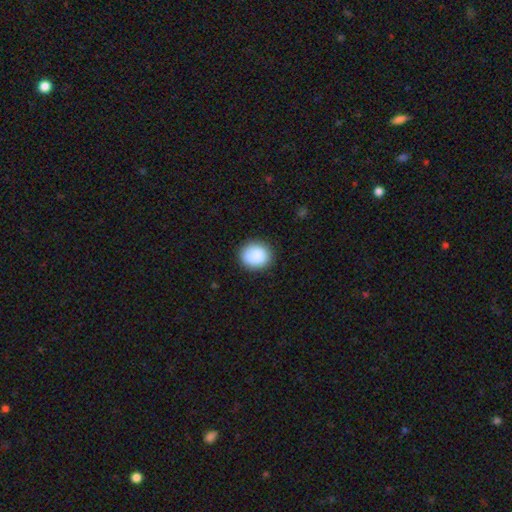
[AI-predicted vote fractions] This appears to be a smooth galaxy with no disk features (88%) that is round (72%). Merging: none (87%).